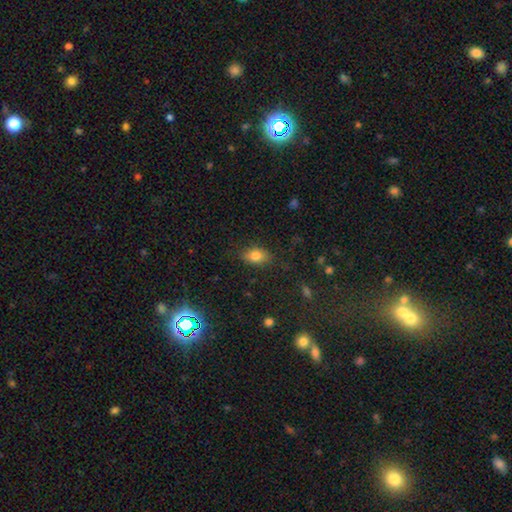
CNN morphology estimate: This is likely a smooth galaxy (80%). How rounded: clearly in between (81%). Merging: clearly none (80%).